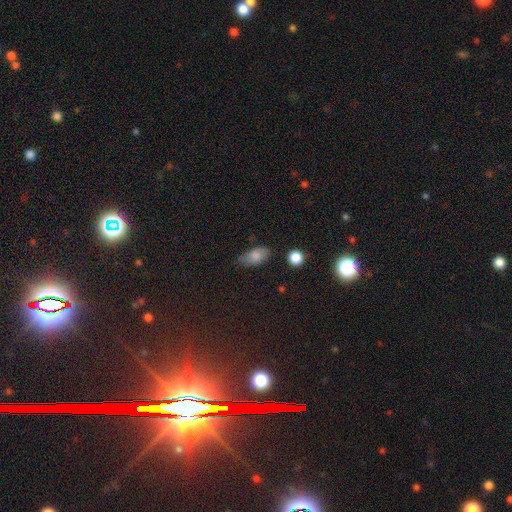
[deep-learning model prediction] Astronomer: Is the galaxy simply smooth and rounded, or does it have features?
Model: smooth — 79%.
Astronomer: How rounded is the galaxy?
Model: in between — 88%.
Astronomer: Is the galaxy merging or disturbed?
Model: none — 64%.